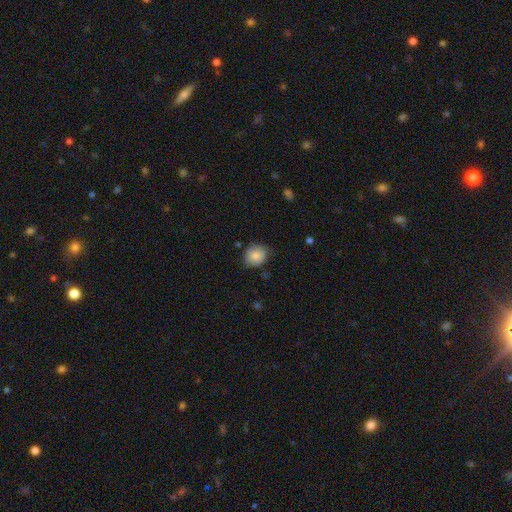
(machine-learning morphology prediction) A smooth galaxy with no disk features (84%) that is round (75%).

Vote fractions:
- Smooth or featured? smooth: 84% / featured or disk: 8% / star or artifact: 8%
- How rounded? round: 75% / in between: 25% / cigar-shaped: 1%
- Merging? none: 71% / minor disturbance: 23% / major disturbance: 5% / merger: 2%